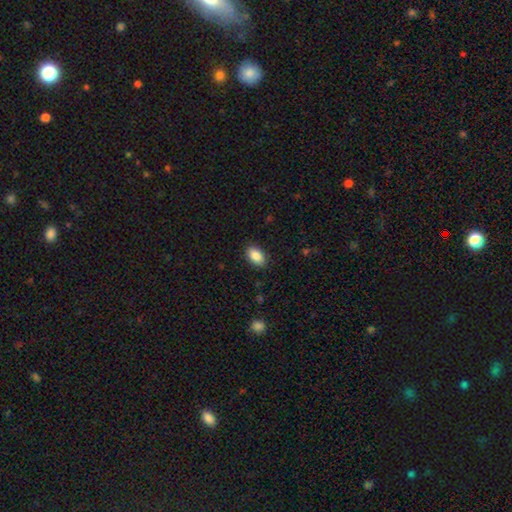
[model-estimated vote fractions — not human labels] A smooth galaxy with no disk features (88%) that is in between round and cigar-shaped (92%).

Vote fractions:
- Smooth or featured? smooth: 88% / star or artifact: 7% / featured or disk: 5%
- How rounded? in between: 92% / round: 7% / cigar-shaped: 2%
- Merging? none: 88% / minor disturbance: 9% / major disturbance: 2% / merger: 1%